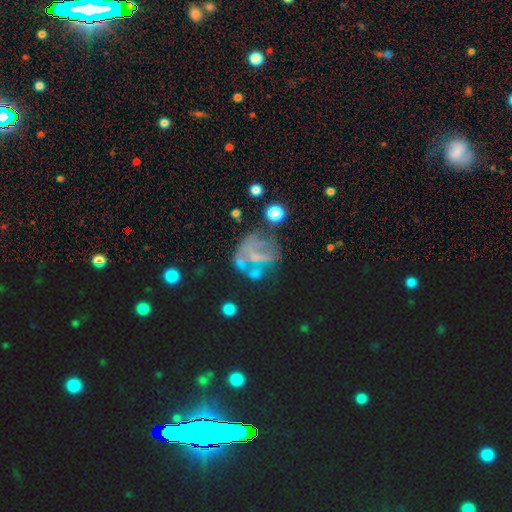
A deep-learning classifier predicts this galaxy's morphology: type=featured or disk (48%); merging=none (36%).